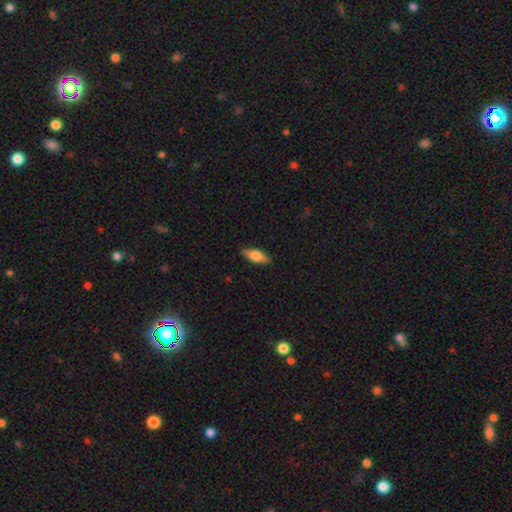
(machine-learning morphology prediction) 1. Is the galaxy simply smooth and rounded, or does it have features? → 67% smooth, 27% featured or disk, 6% star or artifact.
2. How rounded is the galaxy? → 73% in between, 24% cigar-shaped, 3% round.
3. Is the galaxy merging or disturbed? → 87% none, 10% minor disturbance, 2% major disturbance, 1% merger.